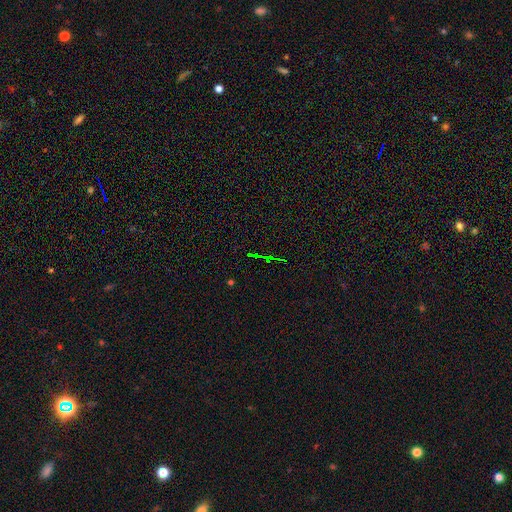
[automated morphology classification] smooth_or_featured: star or artifact (p=0.75) [alt: featured or disk p=0.13]